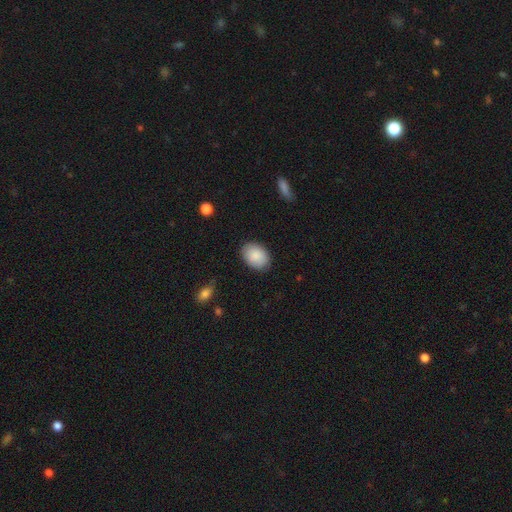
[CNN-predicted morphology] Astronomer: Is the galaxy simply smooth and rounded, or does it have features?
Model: smooth — 89%.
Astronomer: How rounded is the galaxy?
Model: in between — 78%.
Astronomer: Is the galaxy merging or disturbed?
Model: none — 87%.